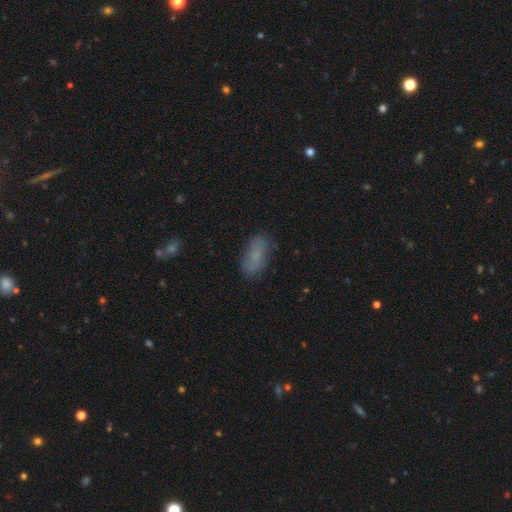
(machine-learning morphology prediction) Smooth or featured? Predicted: smooth (p=0.70). How rounded? Predicted: in between (p=0.85). Merging? Predicted: none (p=0.74).